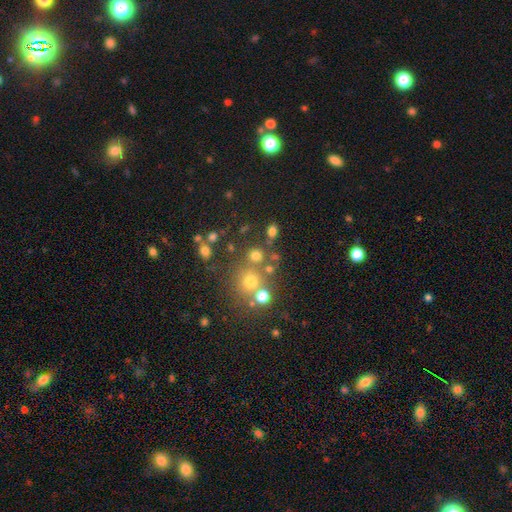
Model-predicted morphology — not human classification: smooth_or_featured: smooth (p=0.70) [alt: star or artifact p=0.20]
how_rounded: round (p=0.84) [alt: in between p=0.15]
merging: none (p=0.69) [alt: merger p=0.17]